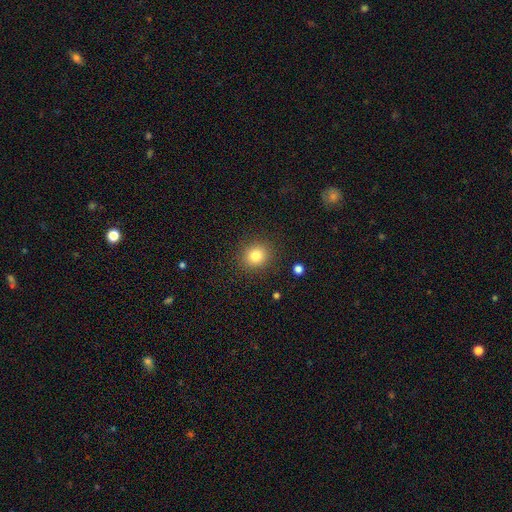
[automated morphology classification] type=smooth (81%); roundness=round (83%); merging=none (89%).